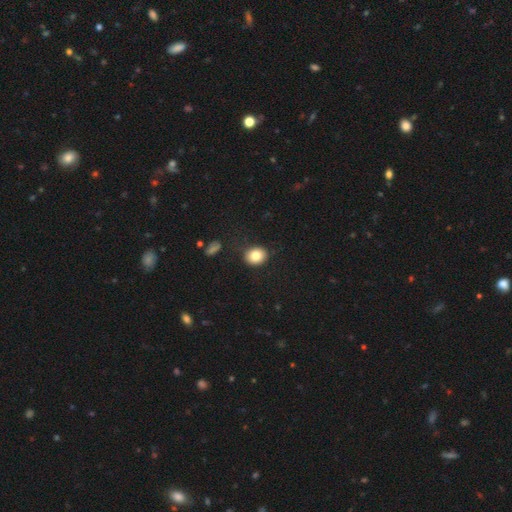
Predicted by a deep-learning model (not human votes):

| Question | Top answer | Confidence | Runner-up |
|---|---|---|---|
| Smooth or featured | smooth | 82% | star or artifact (10%) |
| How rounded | round | 61% | in between (38%) |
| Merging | none | 83% | minor disturbance (12%) |